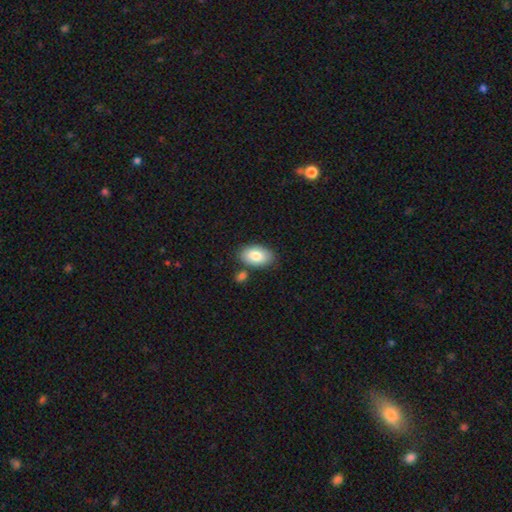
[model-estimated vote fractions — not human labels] The model was most divided on "merging": none: 76%, minor disturbance: 12%, merger: 9%, major disturbance: 3%. More confident: how rounded — in between (92%); smooth or featured — smooth (82%).